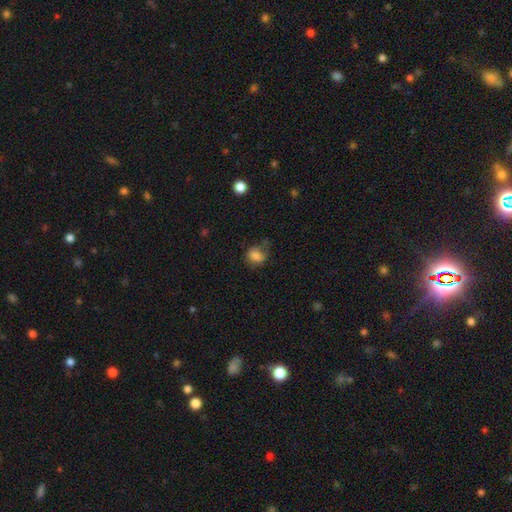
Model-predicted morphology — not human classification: Smooth or featured? smooth (78%)
How rounded? in between (50%)
Merging? none (51%)